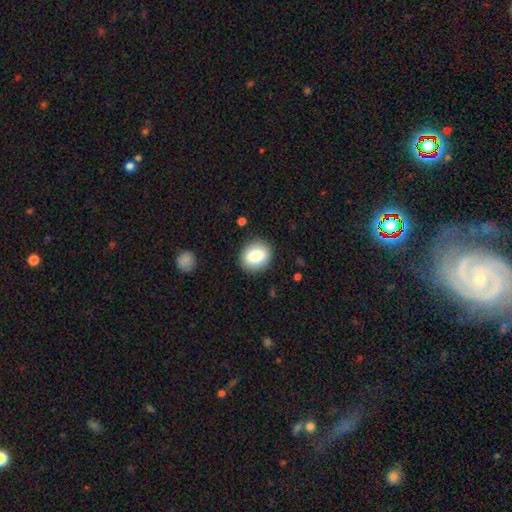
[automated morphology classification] Q: Smooth or featured?
A: smooth (79%); runner-up: featured or disk (12%)
Q: How rounded?
A: round (66%); runner-up: in between (33%)
Q: Merging?
A: none (89%); runner-up: minor disturbance (7%)